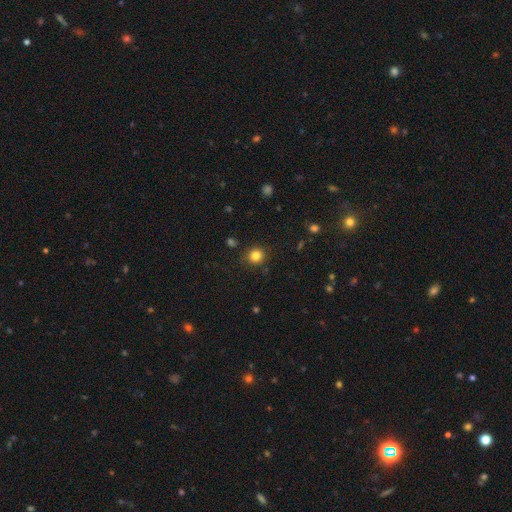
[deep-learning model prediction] smooth 83%, star or artifact 12%, featured or disk 5%. Down the decision tree: how rounded — round (89%); merging — none (88%).